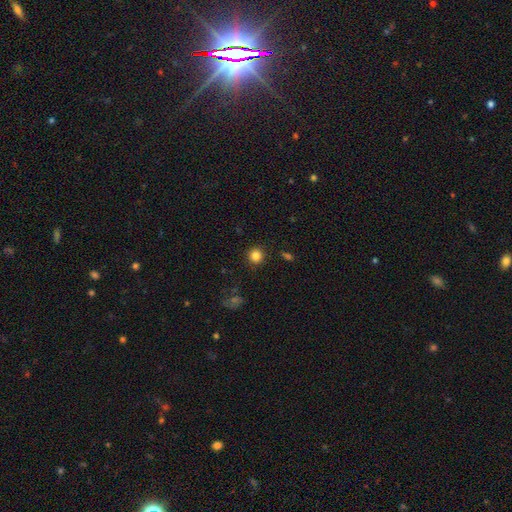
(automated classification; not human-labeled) Smooth or featured? smooth (83%)
How rounded? round (93%)
Merging? none (91%)